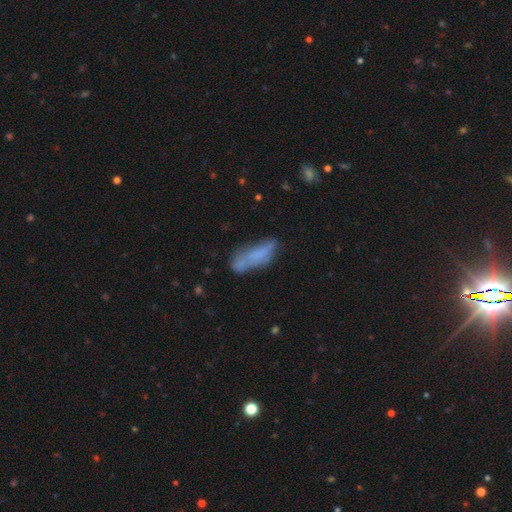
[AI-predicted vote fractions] A smooth galaxy with no disk features (59%) that is in between round and cigar-shaped (51%). Merging: none (48%).